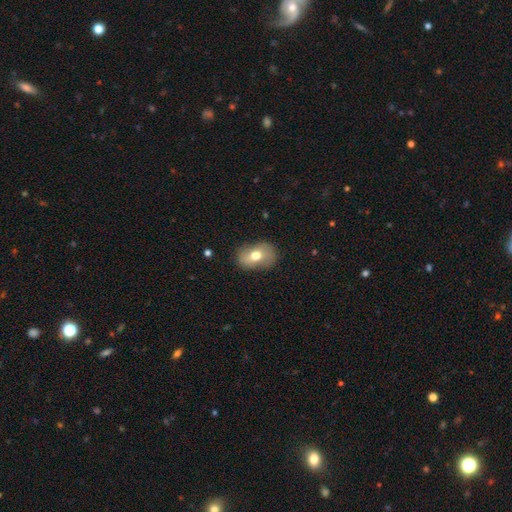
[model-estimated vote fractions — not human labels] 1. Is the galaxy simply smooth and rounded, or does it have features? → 65% smooth, 27% featured or disk, 8% star or artifact.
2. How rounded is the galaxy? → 78% in between, 20% round, 1% cigar-shaped.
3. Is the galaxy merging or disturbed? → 77% none, 17% minor disturbance, 5% major disturbance, 1% merger.